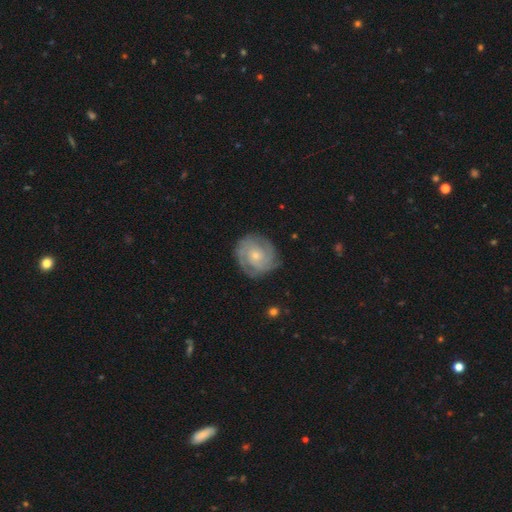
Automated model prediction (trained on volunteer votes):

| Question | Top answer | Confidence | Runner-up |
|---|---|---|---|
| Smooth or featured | featured or disk | 83% | smooth (12%) |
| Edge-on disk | no | 98% | yes (2%) |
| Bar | no | 76% | weak (20%) |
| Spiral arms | yes | 96% | no (4%) |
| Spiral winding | tight | 70% | medium (25%) |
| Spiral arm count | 3 | 32% | can't tell (22%) |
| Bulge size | small | 65% | moderate (31%) |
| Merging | none | 81% | minor disturbance (14%) |